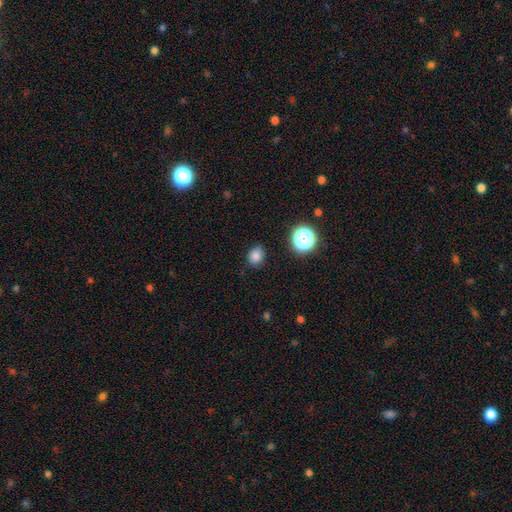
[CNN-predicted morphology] Smooth or featured? smooth (82%)
How rounded? round (64%)
Merging? none (83%)